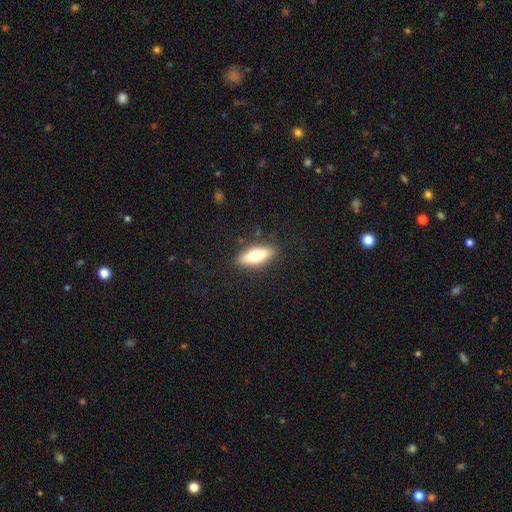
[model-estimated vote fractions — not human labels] smooth_or_featured: smooth (p=0.59) [alt: featured or disk p=0.35]
how_rounded: in between (p=0.57) [alt: cigar-shaped p=0.40]
merging: none (p=0.87) [alt: minor disturbance p=0.09]